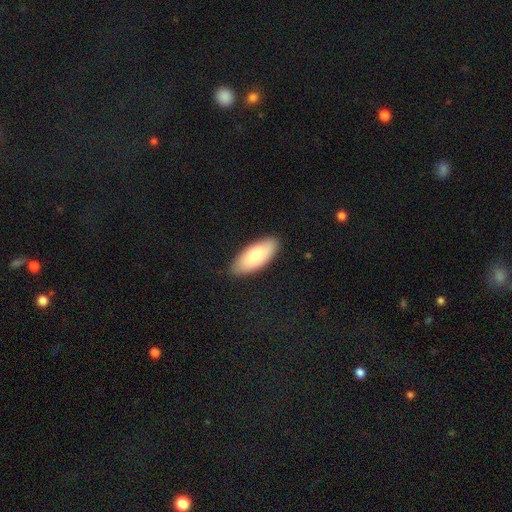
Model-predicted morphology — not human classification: The model was most divided on "smooth or featured": smooth: 81%, featured or disk: 14%, star or artifact: 5%. More confident: how rounded — in between (85%); merging — none (84%).